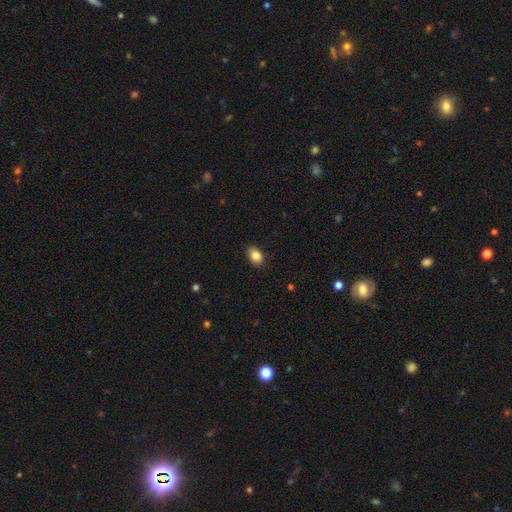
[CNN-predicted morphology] smooth 86%, star or artifact 9%, featured or disk 6%. Down the decision tree: how rounded — in between (77%); merging — none (86%).